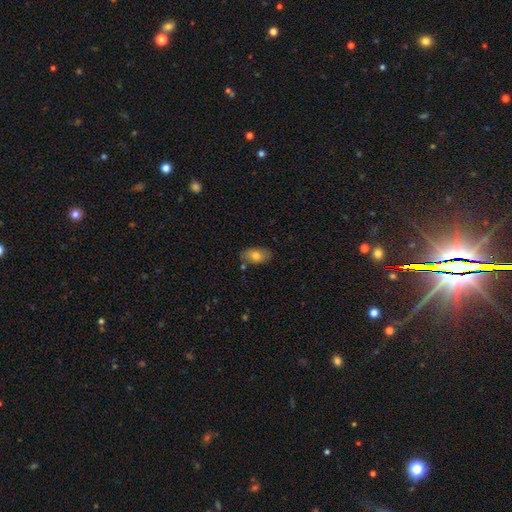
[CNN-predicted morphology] The model was most divided on "smooth or featured": smooth: 75%, featured or disk: 17%, star or artifact: 7%. More confident: how rounded — in between (91%); merging — none (77%).